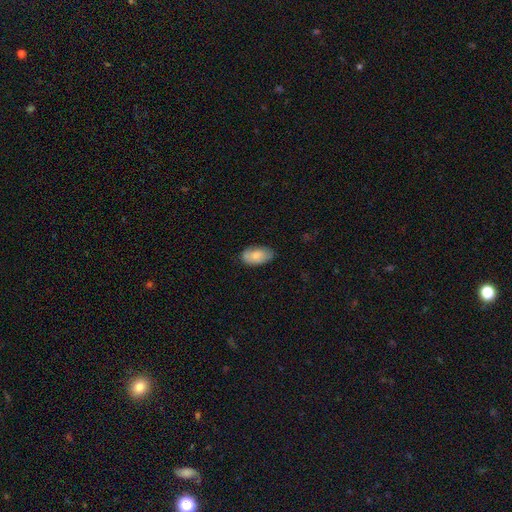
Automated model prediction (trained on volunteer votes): This appears to be a smooth galaxy with no disk features (80%) that is in between round and cigar-shaped (94%). Merging: none (74%).